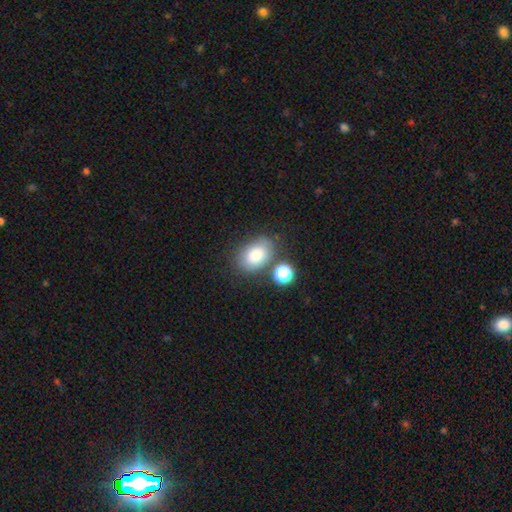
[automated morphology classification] This is clearly a smooth galaxy (80%). How rounded: likely in between (79%). Merging: likely none (65%).